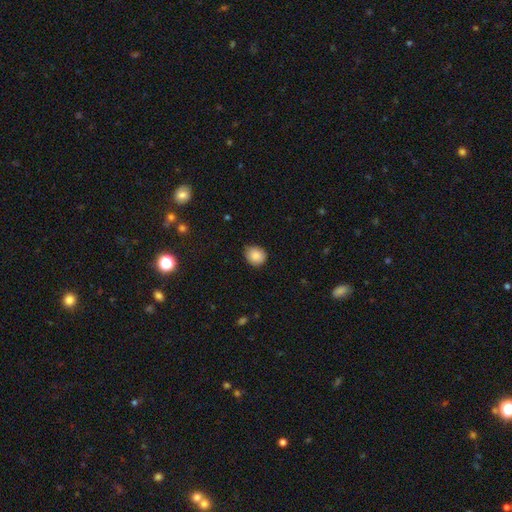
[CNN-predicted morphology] smooth 87%, star or artifact 8%, featured or disk 5%. Down the decision tree: how rounded — round (78%); merging — none (74%).